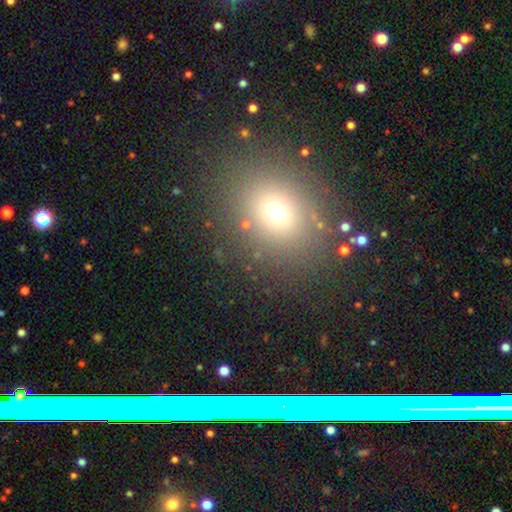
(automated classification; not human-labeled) smooth-or-featured: smooth: 63% | star or artifact: 27% | featured or disk: 11%
  how-rounded: round: 59% | in between: 39% | cigar-shaped: 2%
  merging: none: 89% | minor disturbance: 7% | major disturbance: 3% | merger: 2%